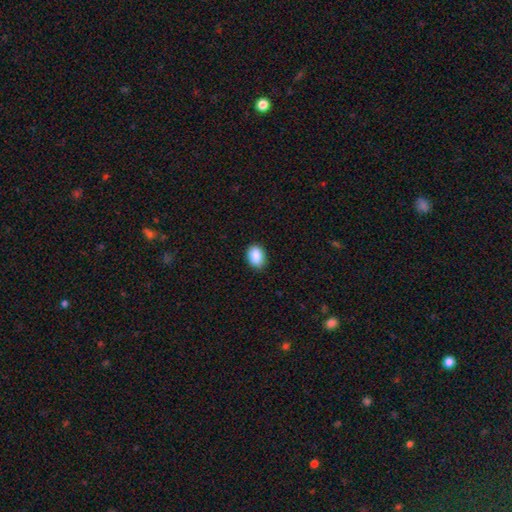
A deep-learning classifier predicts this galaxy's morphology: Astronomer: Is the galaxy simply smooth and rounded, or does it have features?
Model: smooth — 89%.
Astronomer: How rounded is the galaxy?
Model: in between — 80%.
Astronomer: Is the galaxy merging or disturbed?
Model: none — 86%.